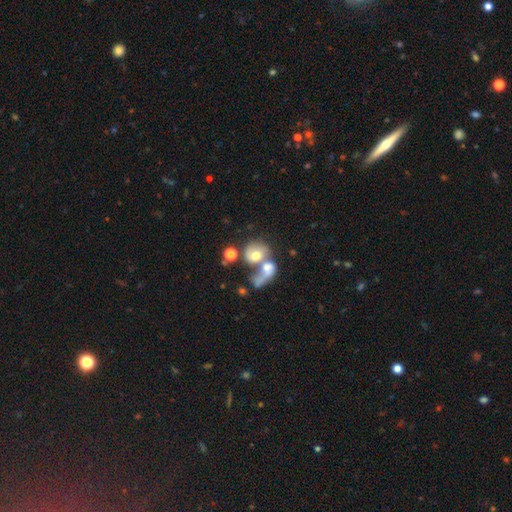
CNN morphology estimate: This is possibly a smooth galaxy (49%). Merging: likely merger (70%).